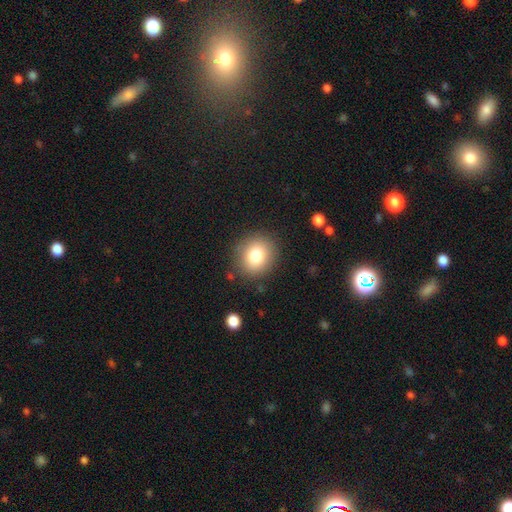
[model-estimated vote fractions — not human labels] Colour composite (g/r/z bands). It shows a smooth galaxy with no disk features (80%) that is round (77%). Merging: none (86%).